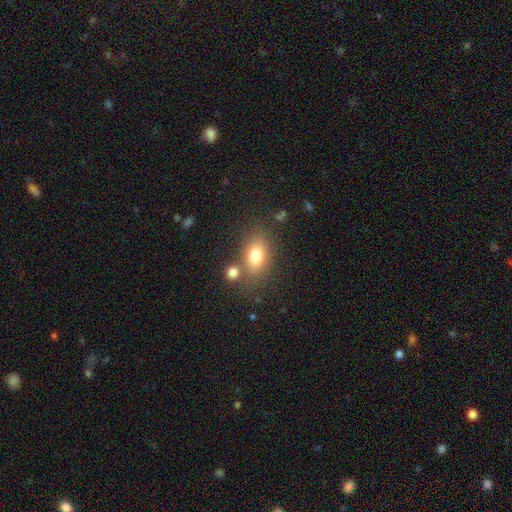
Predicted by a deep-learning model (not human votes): Smooth or featured: smooth — 77% (featured or disk — 12%)
How rounded: in between — 80% (round — 18%)
Merging: none — 66% (merger — 16%)